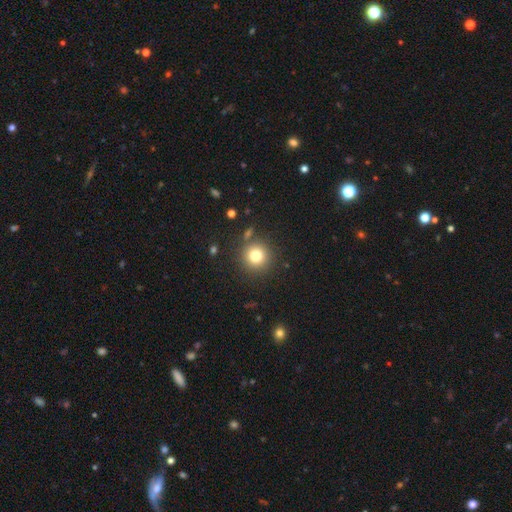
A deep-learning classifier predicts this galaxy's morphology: Smooth or featured?
  - smooth: 78% *
  - star or artifact: 13%
  - featured or disk: 9%
How rounded?
  - round: 95% *
  - in between: 4%
  - cigar-shaped: 1%
Merging?
  - none: 85% *
  - minor disturbance: 7%
  - merger: 4%
  - major disturbance: 3%